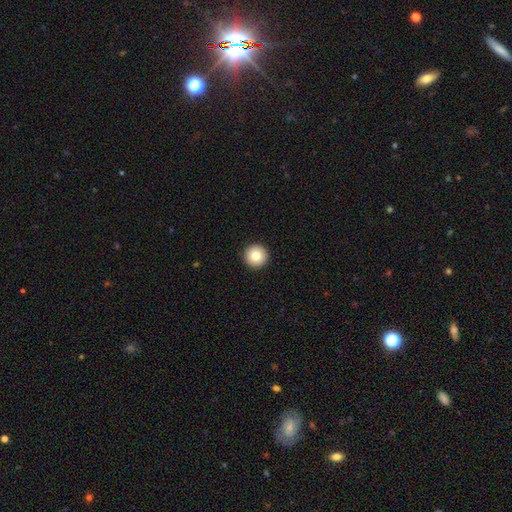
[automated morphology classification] smooth_or_featured: smooth (p=0.81) [alt: featured or disk p=0.10]
how_rounded: round (p=0.97) [alt: in between p=0.02]
merging: none (p=0.94) [alt: minor disturbance p=0.03]